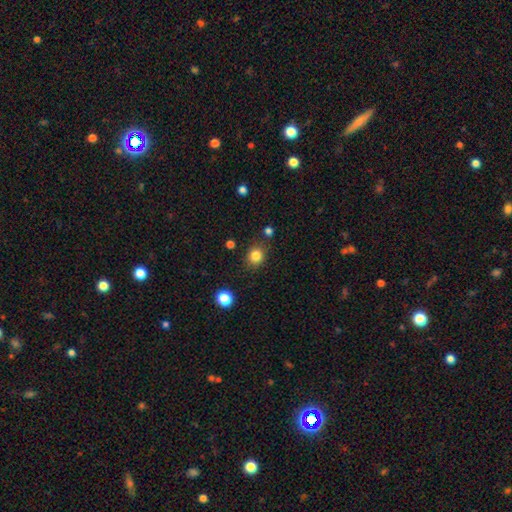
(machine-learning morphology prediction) Q: Smooth or featured?
A: smooth (83%); runner-up: star or artifact (12%)
Q: How rounded?
A: round (79%); runner-up: in between (20%)
Q: Merging?
A: none (82%); runner-up: minor disturbance (11%)